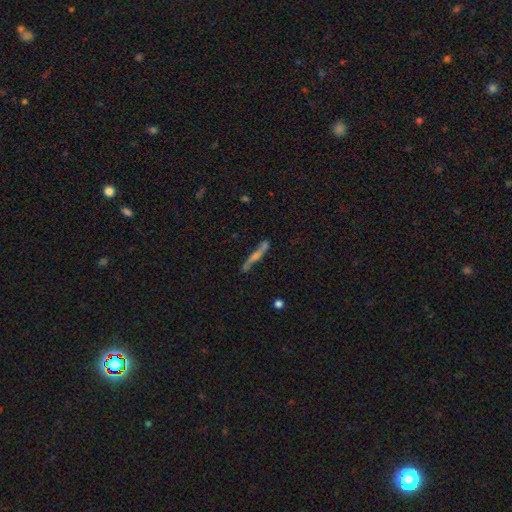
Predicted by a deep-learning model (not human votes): This is likely a featured or disk galaxy (61%). It is clearly viewed edge-on (86%). Edge-on bulge: likely rounded (61%). Merging: likely none (70%).